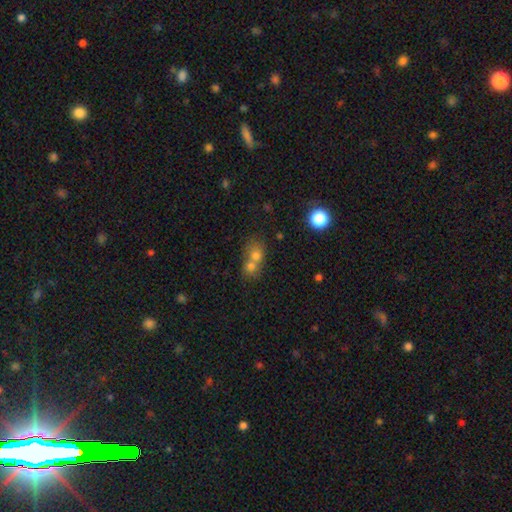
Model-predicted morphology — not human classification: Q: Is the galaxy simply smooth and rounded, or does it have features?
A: smooth — 69%.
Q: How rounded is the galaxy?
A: round — 65%.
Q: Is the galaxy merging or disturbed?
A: merger — 66%.